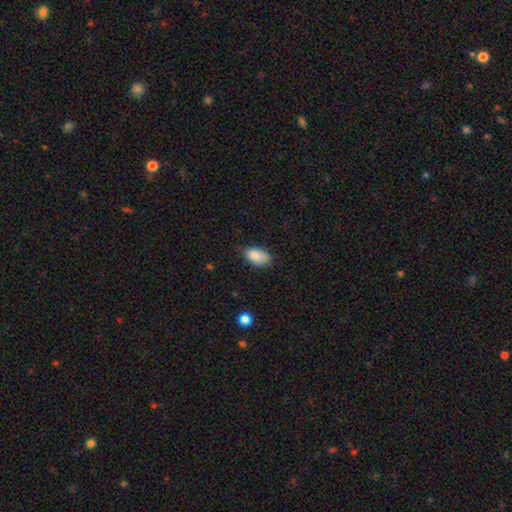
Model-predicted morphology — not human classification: smooth 84%, featured or disk 8%, star or artifact 8%. Down the decision tree: how rounded — in between (92%); merging — none (64%).